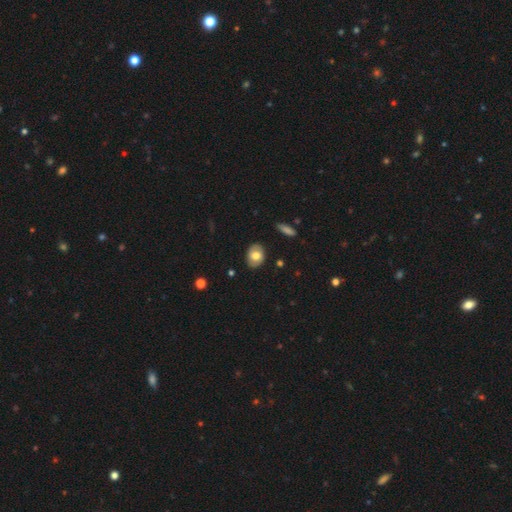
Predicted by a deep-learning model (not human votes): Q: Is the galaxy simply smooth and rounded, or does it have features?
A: smooth — 66%.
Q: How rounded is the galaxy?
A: in between — 71%.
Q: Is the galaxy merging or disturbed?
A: none — 84%.